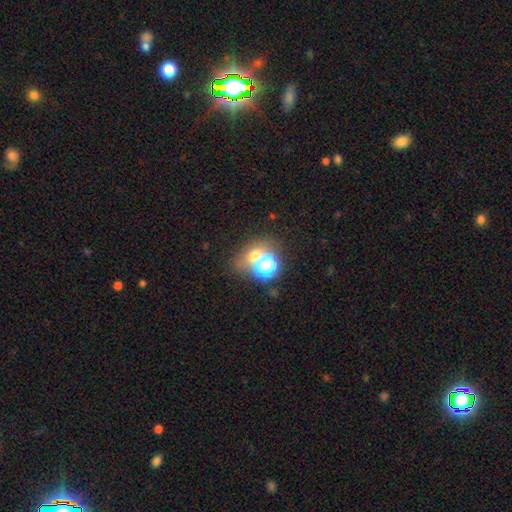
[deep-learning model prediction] smooth-or-featured: smooth: 56% | star or artifact: 30% | featured or disk: 14%
  how-rounded: round: 60% | in between: 38% | cigar-shaped: 2%
  merging: none: 48% | merger: 34% | minor disturbance: 10% | major disturbance: 8%